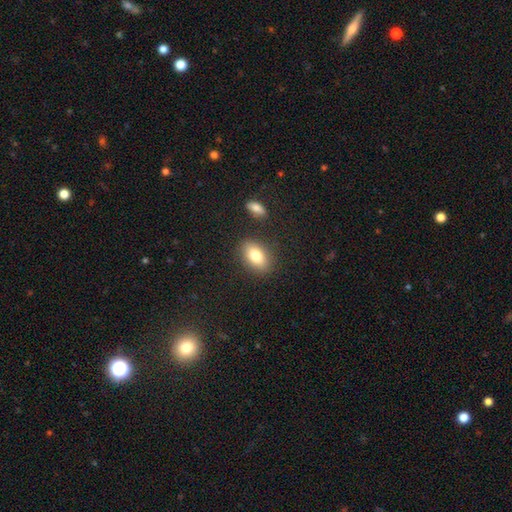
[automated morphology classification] Smooth or featured? Predicted: smooth (p=0.80). How rounded? Predicted: in between (p=0.85). Merging? Predicted: none (p=0.84).